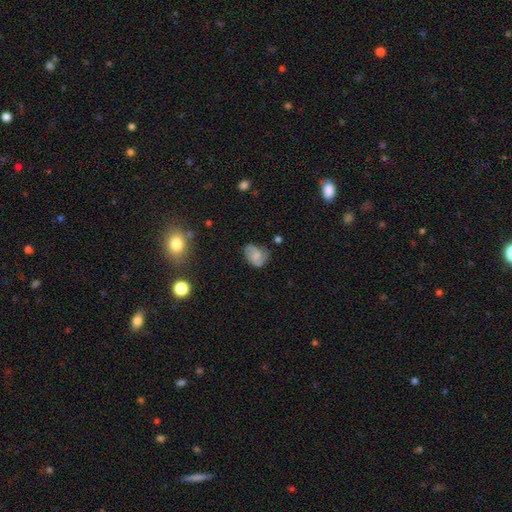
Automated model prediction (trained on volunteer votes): smooth_or_featured: featured or disk (p=0.55) [alt: smooth p=0.36]
disk_edge_on: no (p=0.97) [alt: yes p=0.03]
bar: no (p=0.58) [alt: weak p=0.35]
has_spiral_arms: yes (p=0.88) [alt: no p=0.12]
bulge_size: small (p=0.37) [alt: moderate p=0.32]
merging: none (p=0.62) [alt: minor disturbance p=0.26]